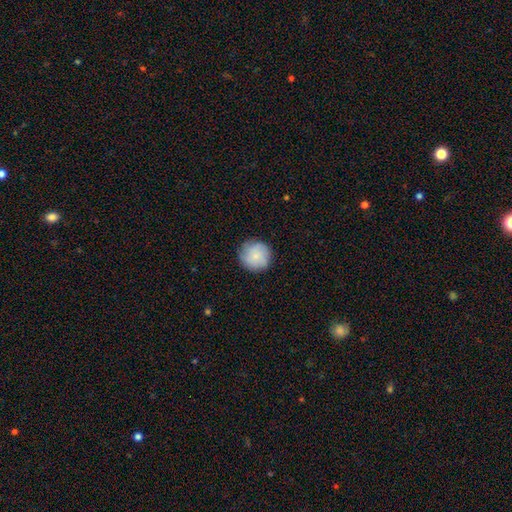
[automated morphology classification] smooth_or_featured: smooth (p=0.77) [alt: featured or disk p=0.16]
how_rounded: round (p=0.94) [alt: in between p=0.05]
merging: none (p=0.82) [alt: minor disturbance p=0.14]